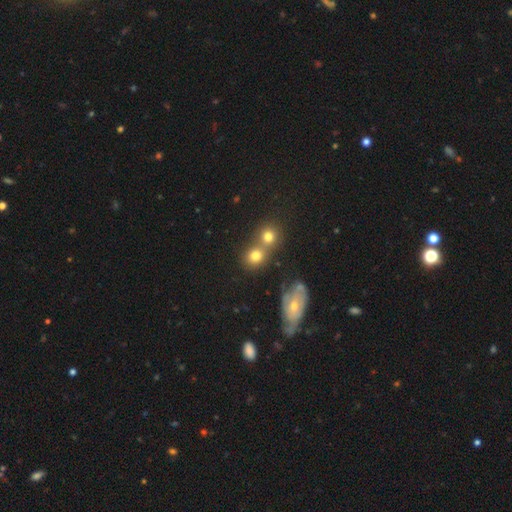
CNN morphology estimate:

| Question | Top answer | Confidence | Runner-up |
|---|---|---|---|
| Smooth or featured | smooth | 72% | star or artifact (14%) |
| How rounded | round | 72% | in between (27%) |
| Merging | merger | 45% | none (43%) |